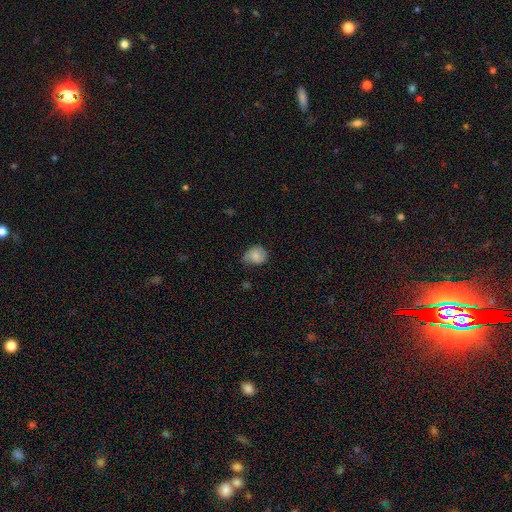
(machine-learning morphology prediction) Smooth or featured: smooth — 73% (featured or disk — 19%)
How rounded: round — 60% (in between — 39%)
Merging: none — 46% (minor disturbance — 40%)